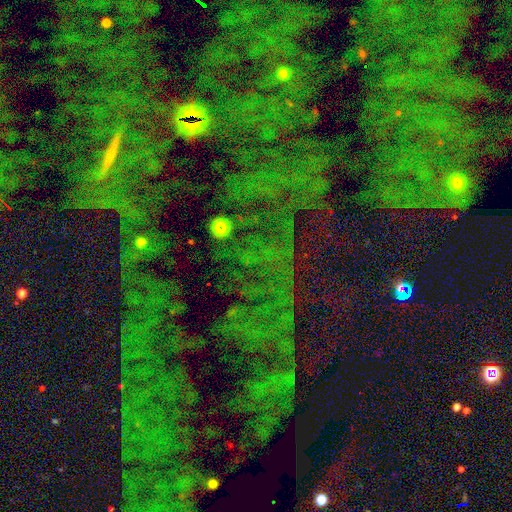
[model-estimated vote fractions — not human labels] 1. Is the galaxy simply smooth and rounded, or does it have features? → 79% star or artifact, 11% smooth, 10% featured or disk.